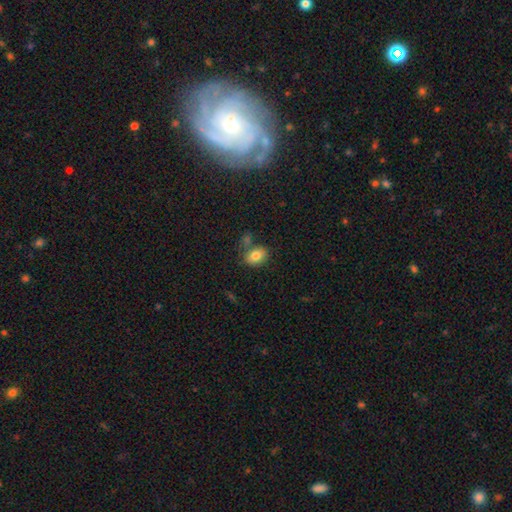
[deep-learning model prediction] Smooth or featured: smooth — 80% (featured or disk — 11%)
How rounded: in between — 73% (round — 26%)
Merging: none — 64% (merger — 16%)